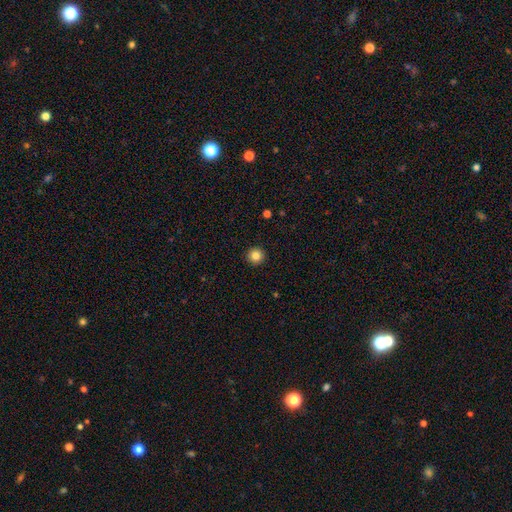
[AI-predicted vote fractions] The model was most divided on "smooth or featured": smooth: 84%, star or artifact: 11%, featured or disk: 5%. More confident: how rounded — round (96%); merging — none (93%).